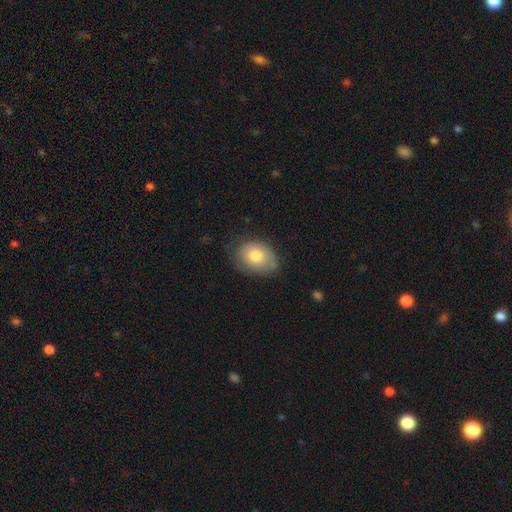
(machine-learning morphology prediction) This is likely a smooth galaxy (70%). How rounded: likely in between (67%). Merging: likely none (65%).